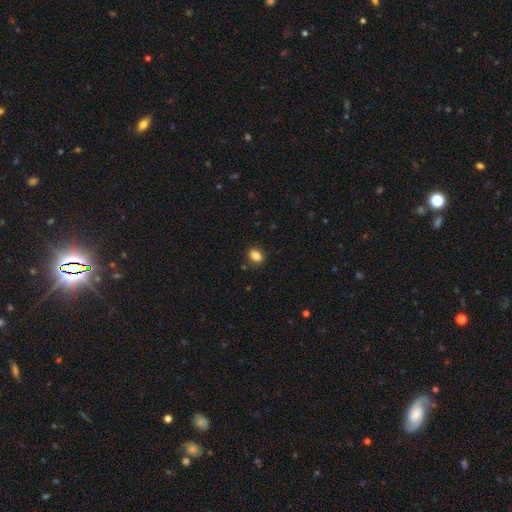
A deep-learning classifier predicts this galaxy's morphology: Overall: smooth (86%). How rounded: in between (76%). Merging: none (84%).